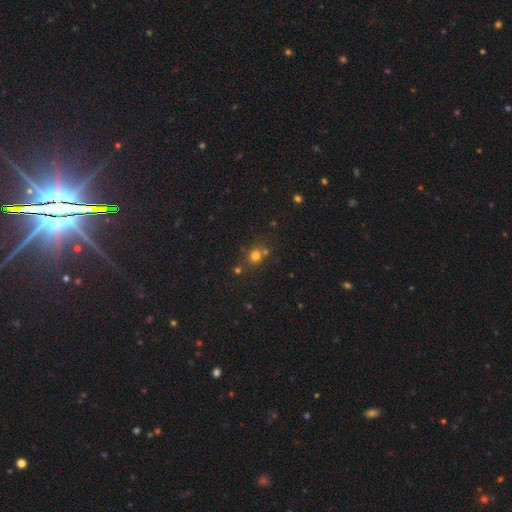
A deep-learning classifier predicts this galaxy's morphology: smooth_or_featured: smooth (p=0.70) [alt: star or artifact p=0.21]
how_rounded: round (p=0.82) [alt: in between p=0.17]
merging: none (p=0.66) [alt: merger p=0.20]